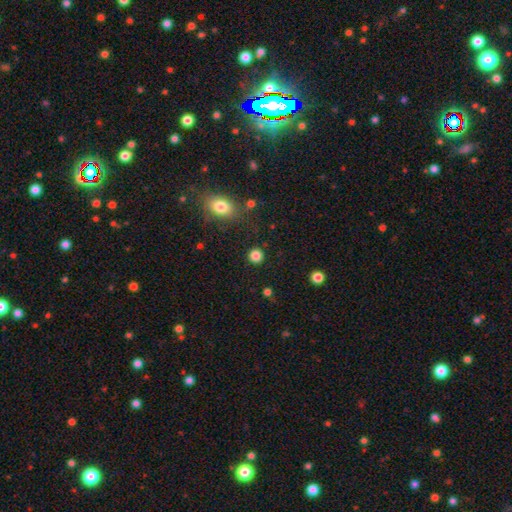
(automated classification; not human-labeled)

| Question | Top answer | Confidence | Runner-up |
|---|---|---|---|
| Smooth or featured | smooth | 85% | star or artifact (11%) |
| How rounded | round | 93% | in between (6%) |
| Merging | none | 90% | minor disturbance (6%) |